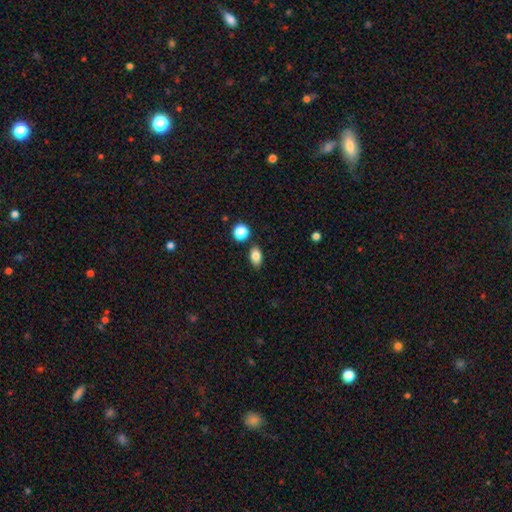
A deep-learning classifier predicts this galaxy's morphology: Q: Smooth or featured?
A: smooth (83%); runner-up: star or artifact (9%)
Q: How rounded?
A: in between (84%); runner-up: round (14%)
Q: Merging?
A: none (82%); runner-up: minor disturbance (11%)